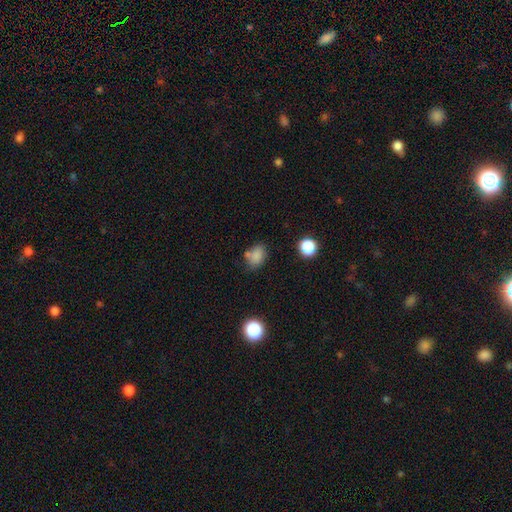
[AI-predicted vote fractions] smooth-or-featured: smooth: 81% | star or artifact: 12% | featured or disk: 7%
  how-rounded: in between: 73% | round: 26% | cigar-shaped: 1%
  merging: none: 61% | minor disturbance: 20% | merger: 13% | major disturbance: 6%